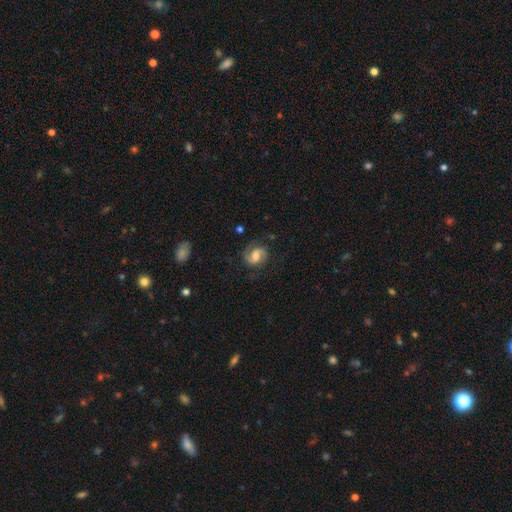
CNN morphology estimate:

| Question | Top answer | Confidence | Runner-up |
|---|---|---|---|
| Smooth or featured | featured or disk | 69% | smooth (23%) |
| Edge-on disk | no | 97% | yes (3%) |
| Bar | weak | 45% | no (40%) |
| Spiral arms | yes | 93% | no (7%) |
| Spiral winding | medium | 48% | tight (28%) |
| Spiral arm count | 2 | 79% | 1 (12%) |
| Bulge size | moderate | 55% | small (20%) |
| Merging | none | 67% | minor disturbance (19%) |